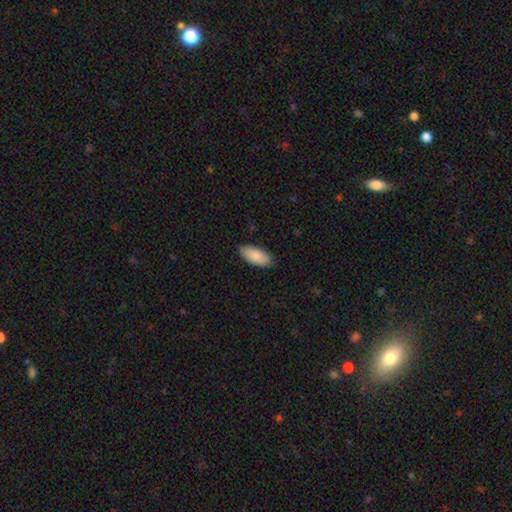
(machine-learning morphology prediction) This is clearly a smooth galaxy (88%). How rounded: clearly in between (89%). Merging: clearly none (88%).